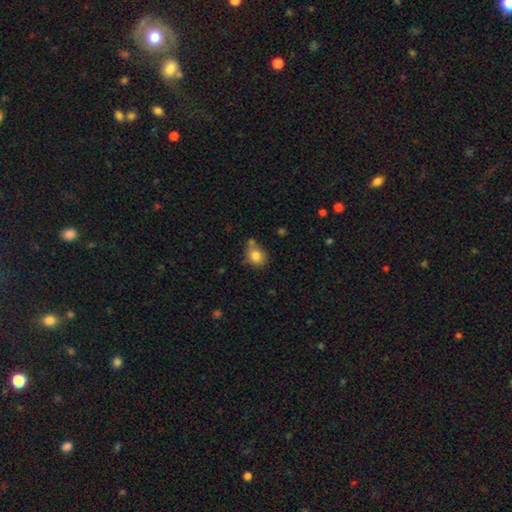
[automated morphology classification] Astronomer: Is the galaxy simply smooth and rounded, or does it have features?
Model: smooth — 82%.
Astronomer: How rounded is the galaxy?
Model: round — 69%.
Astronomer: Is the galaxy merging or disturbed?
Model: none — 63%.